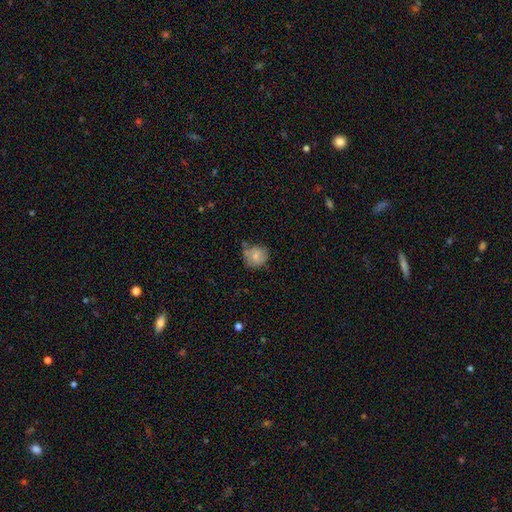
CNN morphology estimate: This appears to be a smooth galaxy with no disk features (75%) that is round (80%). Merging: none (58%).